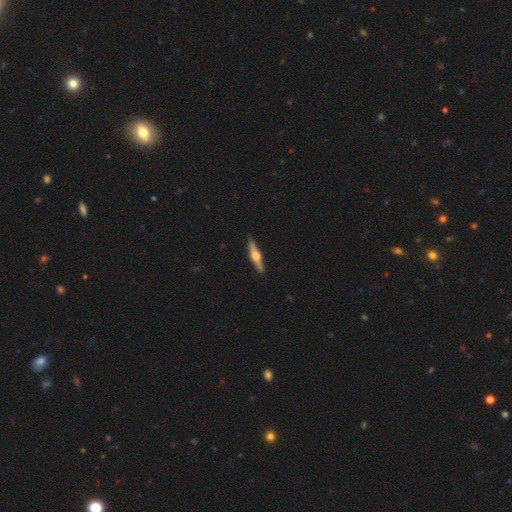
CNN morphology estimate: This appears to be a featured or disk galaxy (72%) viewed edge-on (97%) with a rounded central bulge (93%). Merging: none (90%).